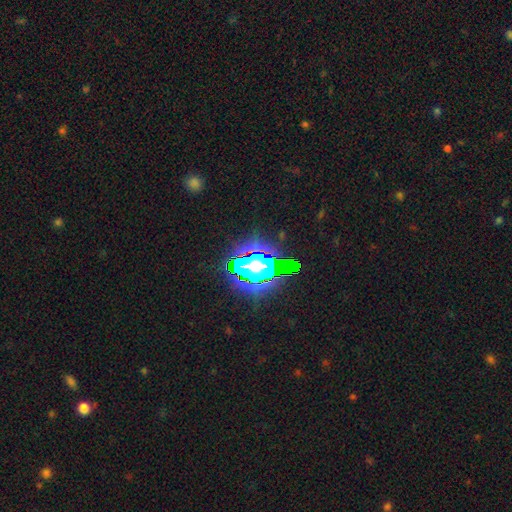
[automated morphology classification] Overall: star or artifact (53%; smooth 24%).